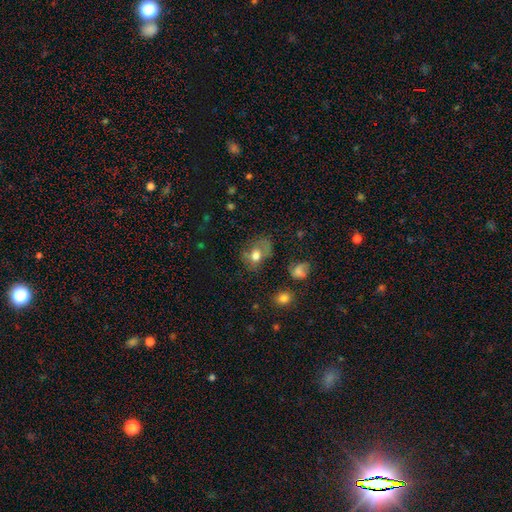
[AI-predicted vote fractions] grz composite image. It shows a smooth galaxy with no disk features (64%) that is in between round and cigar-shaped (62%). Merging: none (41%).